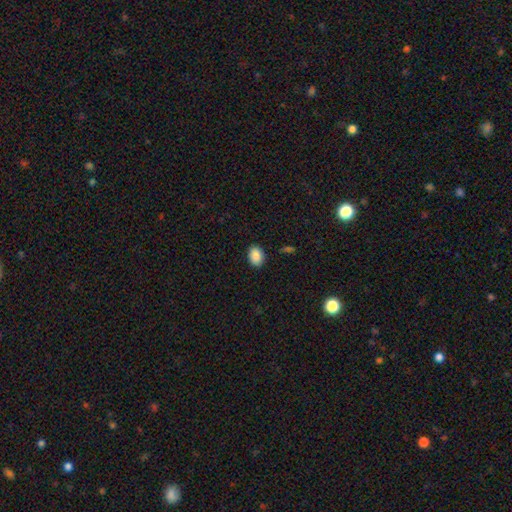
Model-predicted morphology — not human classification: Smooth or featured?
  - smooth: 89% *
  - star or artifact: 8%
  - featured or disk: 3%
How rounded?
  - in between: 78% *
  - round: 21%
  - cigar-shaped: 1%
Merging?
  - none: 88% *
  - minor disturbance: 8%
  - major disturbance: 2%
  - merger: 1%